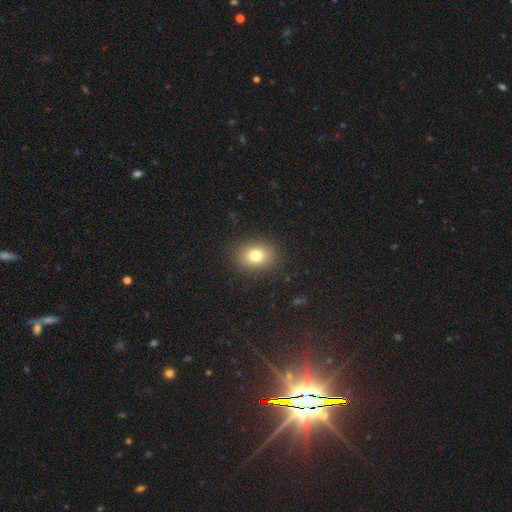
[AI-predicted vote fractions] Morphology: type=smooth (78%); roundness=in between (56%); merging=none (88%).